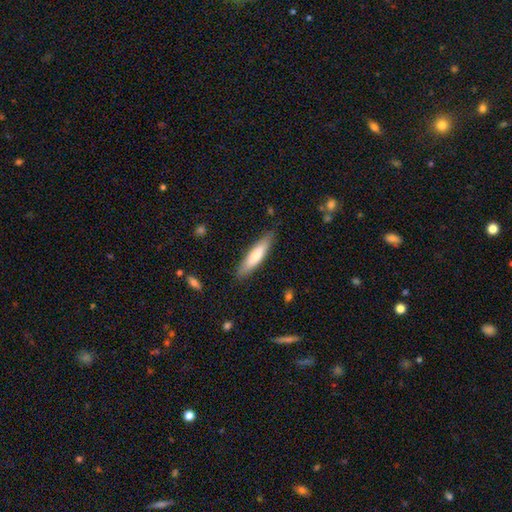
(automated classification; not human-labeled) Smooth or featured? smooth (69%)
How rounded? cigar-shaped (76%)
Merging? none (85%)